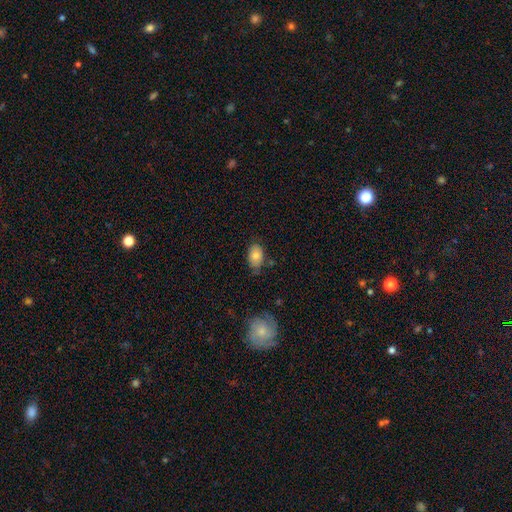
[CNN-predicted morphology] Q: Smooth or featured?
A: smooth (78%); runner-up: featured or disk (13%)
Q: How rounded?
A: in between (86%); runner-up: round (13%)
Q: Merging?
A: none (70%); runner-up: minor disturbance (22%)